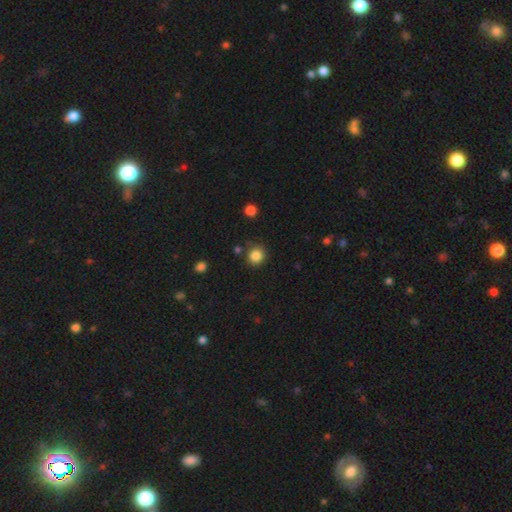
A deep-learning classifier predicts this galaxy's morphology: smooth_or_featured: smooth (p=0.85) [alt: star or artifact p=0.11]
how_rounded: round (p=0.88) [alt: in between p=0.11]
merging: none (p=0.82) [alt: minor disturbance p=0.10]